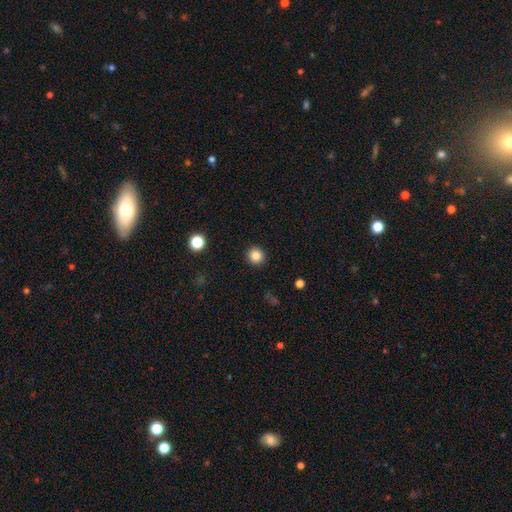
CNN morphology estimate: smooth_or_featured: smooth (p=0.85) [alt: star or artifact p=0.11]
how_rounded: round (p=0.94) [alt: in between p=0.05]
merging: none (p=0.92) [alt: minor disturbance p=0.05]